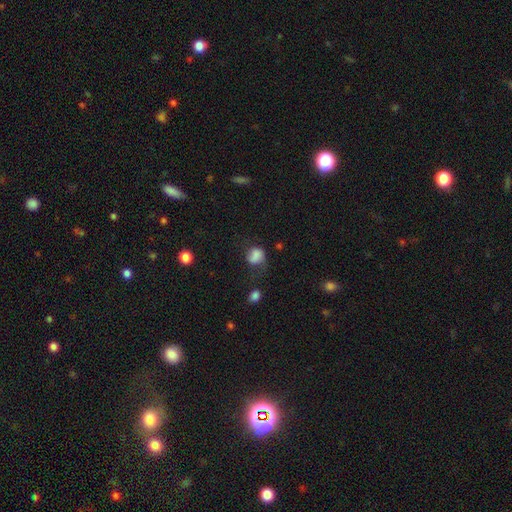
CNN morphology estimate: This is likely a smooth galaxy (76%). How rounded: possibly round (55%). Merging: marginally none (40%).